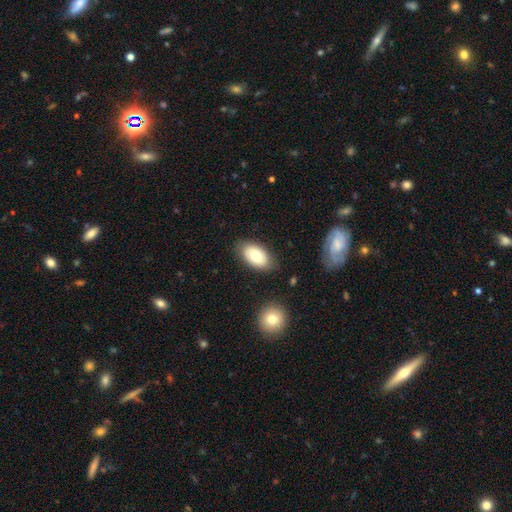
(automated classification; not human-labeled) smooth_or_featured: smooth (p=0.71) [alt: featured or disk p=0.22]
how_rounded: in between (p=0.93) [alt: round p=0.06]
merging: none (p=0.81) [alt: minor disturbance p=0.13]